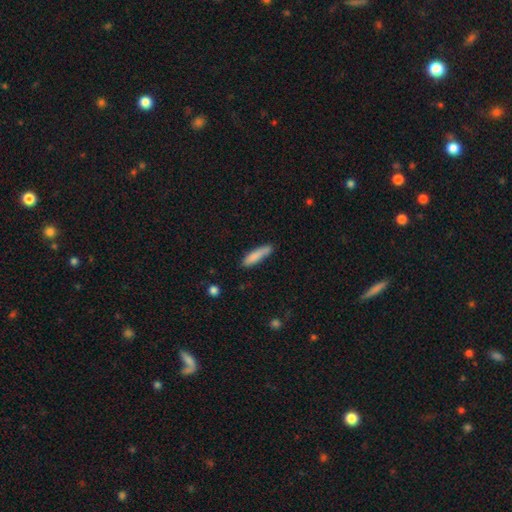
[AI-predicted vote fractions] The model was most divided on "merging": none: 72%, minor disturbance: 21%, major disturbance: 4%, merger: 3%. More confident: smooth or featured — smooth (83%); how rounded — cigar-shaped (78%).